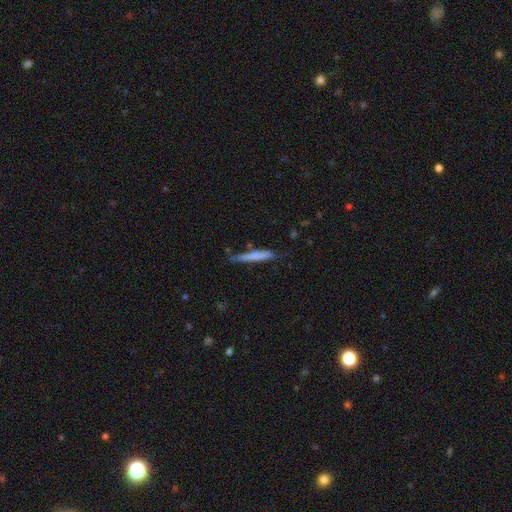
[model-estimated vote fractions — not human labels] Overall: smooth (66%; featured or disk 28%). How rounded: cigar-shaped (93%). Merging: none (68%).